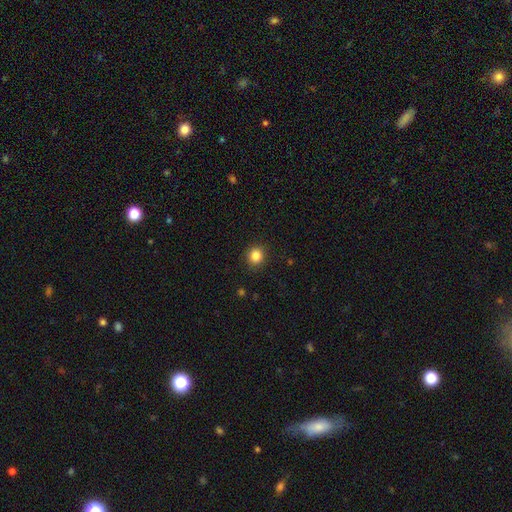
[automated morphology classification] This is clearly a smooth galaxy (84%). How rounded: clearly round (86%). Merging: clearly none (90%).